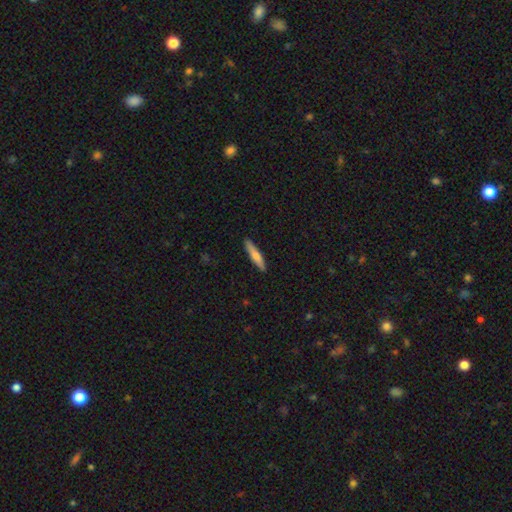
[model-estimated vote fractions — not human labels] smooth_or_featured: smooth (p=0.61) [alt: featured or disk p=0.34]
how_rounded: cigar-shaped (p=0.88) [alt: in between p=0.11]
merging: none (p=0.90) [alt: minor disturbance p=0.07]